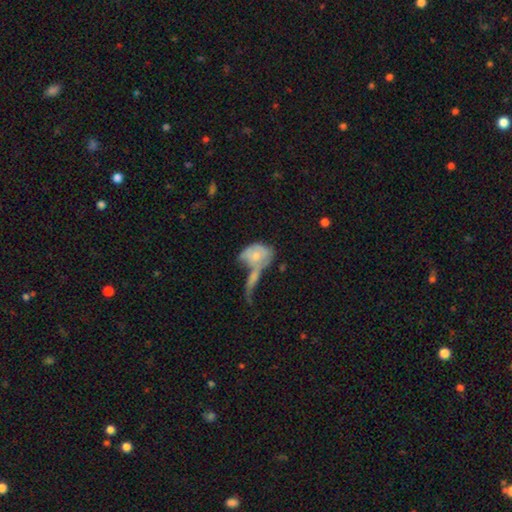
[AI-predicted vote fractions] Smooth or featured? Predicted: smooth (p=0.58). How rounded? Predicted: in between (p=0.68). Merging? Predicted: merger (p=0.52).